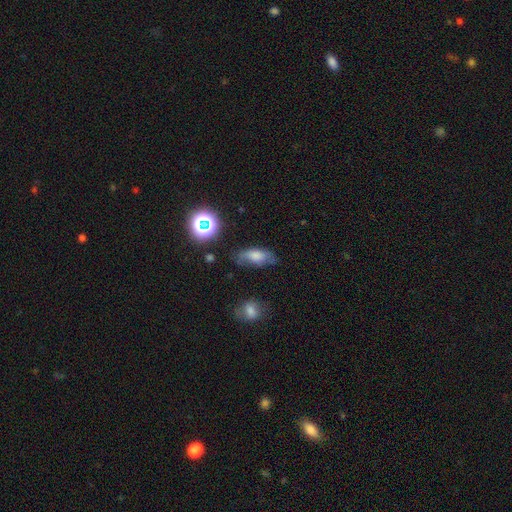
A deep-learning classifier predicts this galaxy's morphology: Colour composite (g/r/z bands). It shows a smooth galaxy with no disk features (50%) that is in between round and cigar-shaped (75%). Merging: none (65%).